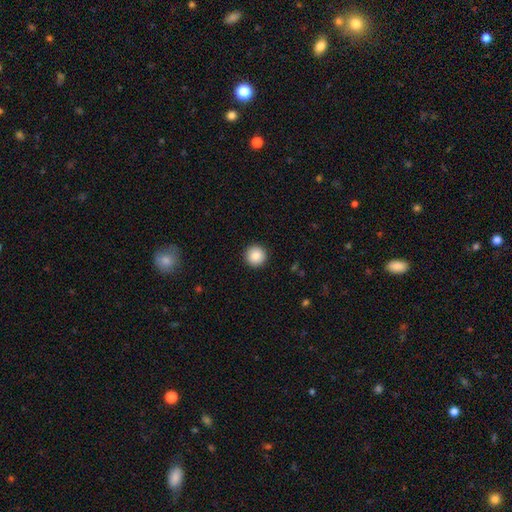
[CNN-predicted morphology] Smooth or featured: smooth — 87% (star or artifact — 8%)
How rounded: round — 96% (in between — 3%)
Merging: none — 93% (minor disturbance — 5%)